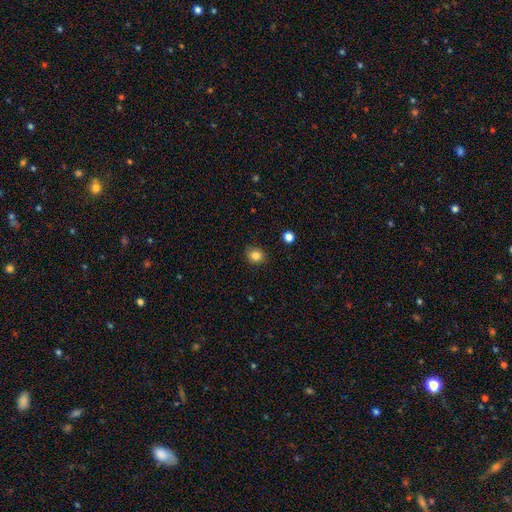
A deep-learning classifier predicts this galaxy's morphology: Smooth or featured: smooth — 84% (star or artifact — 11%)
How rounded: round — 69% (in between — 30%)
Merging: none — 84% (minor disturbance — 12%)